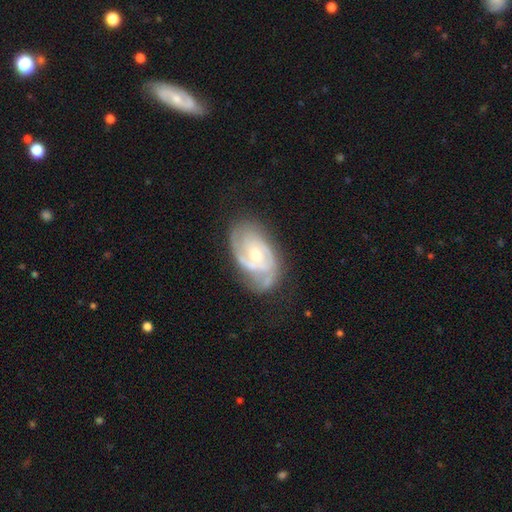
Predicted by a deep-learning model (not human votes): This appears to be a featured or disk galaxy (85%) with no bar (52%), 2 (47%) tight (56%) spiral arms (95%) and a moderate central bulge (48%). Merging: none (65%).